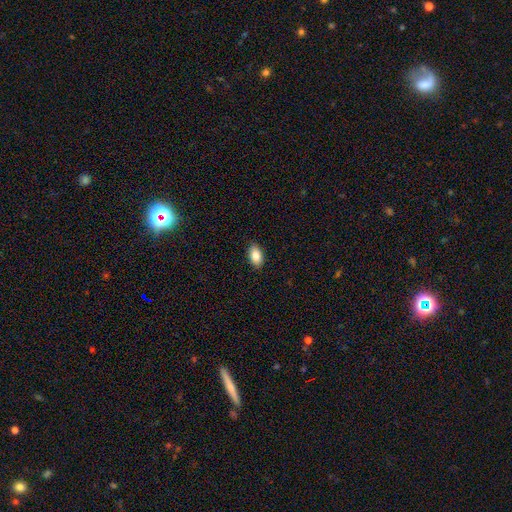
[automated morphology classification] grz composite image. It shows a smooth galaxy with no disk features (85%) that is in between round and cigar-shaped (92%). Merging: none (89%).